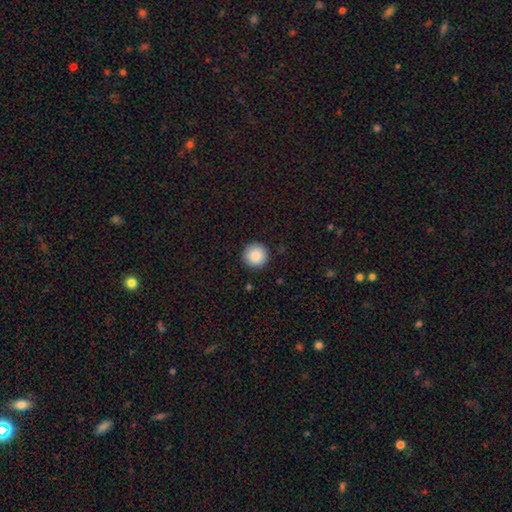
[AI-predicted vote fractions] Smooth or featured?
  - smooth: 88% *
  - star or artifact: 8%
  - featured or disk: 4%
How rounded?
  - round: 96% *
  - in between: 3%
  - cigar-shaped: 1%
Merging?
  - none: 92% *
  - minor disturbance: 6%
  - major disturbance: 2%
  - merger: 1%